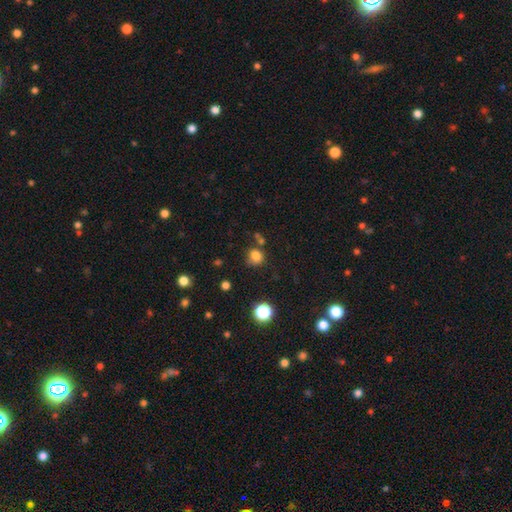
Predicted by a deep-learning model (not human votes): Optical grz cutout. It shows a smooth galaxy with no disk features (80%) that is round (83%). Merging: none (65%).